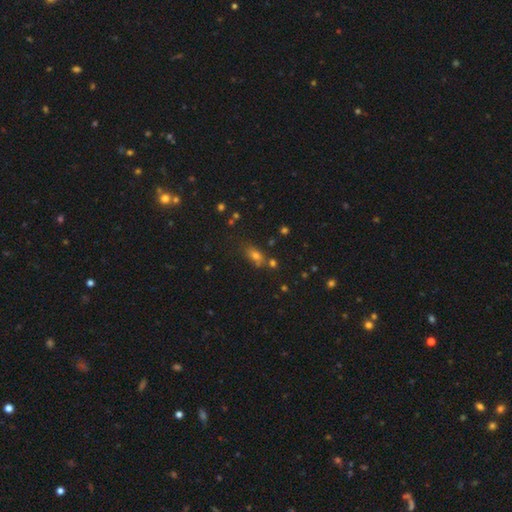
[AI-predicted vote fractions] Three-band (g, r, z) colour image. It shows a smooth galaxy with no disk features (65%) that is in between round and cigar-shaped (68%). Merging: none (61%).